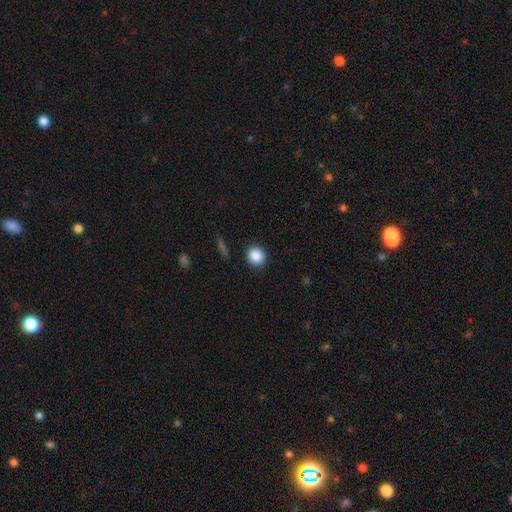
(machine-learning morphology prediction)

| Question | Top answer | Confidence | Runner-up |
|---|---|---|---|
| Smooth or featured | smooth | 87% | star or artifact (9%) |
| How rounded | round | 86% | in between (13%) |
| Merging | none | 89% | minor disturbance (7%) |